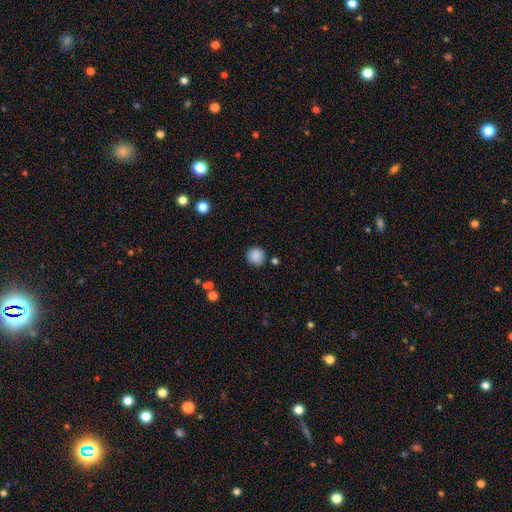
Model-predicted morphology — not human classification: Overall: smooth (87%). How rounded: round (93%). Merging: none (83%).